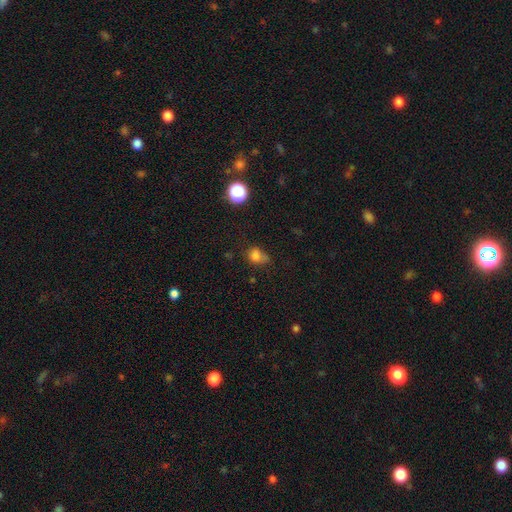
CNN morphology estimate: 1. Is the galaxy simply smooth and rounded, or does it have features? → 75% smooth, 15% star or artifact, 10% featured or disk.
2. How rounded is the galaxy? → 51% in between, 47% round, 1% cigar-shaped.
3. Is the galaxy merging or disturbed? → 37% none, 31% minor disturbance, 16% major disturbance, 15% merger.